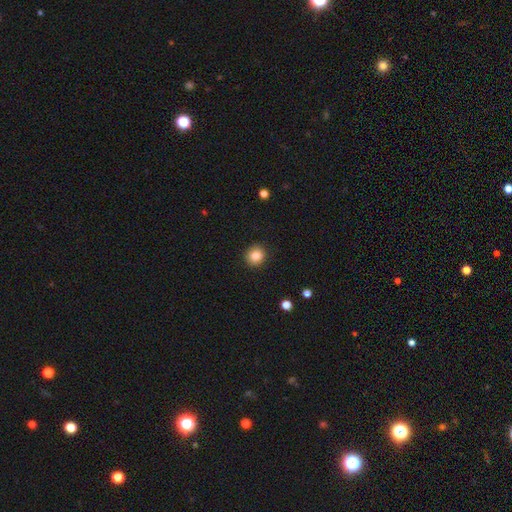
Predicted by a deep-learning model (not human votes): Smooth or featured: smooth — 85% (star or artifact — 10%)
How rounded: round — 88% (in between — 11%)
Merging: none — 90% (minor disturbance — 7%)